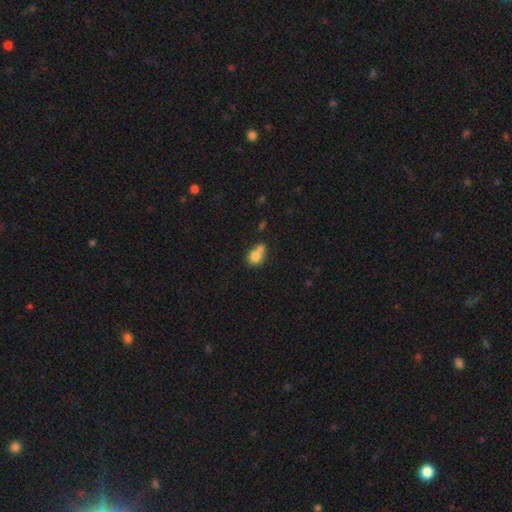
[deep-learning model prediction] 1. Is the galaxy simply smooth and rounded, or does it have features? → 78% smooth, 12% featured or disk, 10% star or artifact.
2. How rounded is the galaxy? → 66% round, 33% in between, 1% cigar-shaped.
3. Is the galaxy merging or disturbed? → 52% merger, 32% none, 11% minor disturbance, 5% major disturbance.